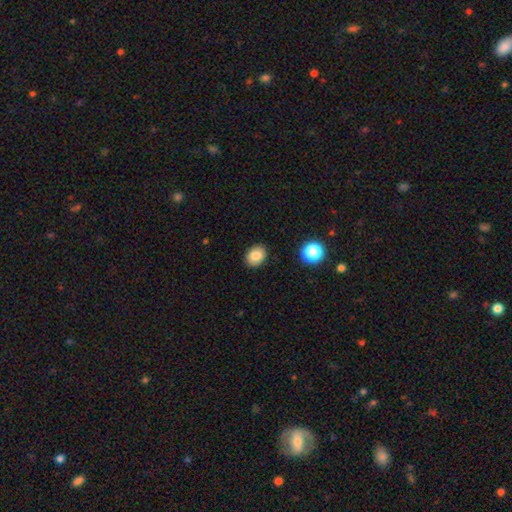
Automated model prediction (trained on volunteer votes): Smooth or featured? smooth (84%)
How rounded? in between (67%)
Merging? none (88%)